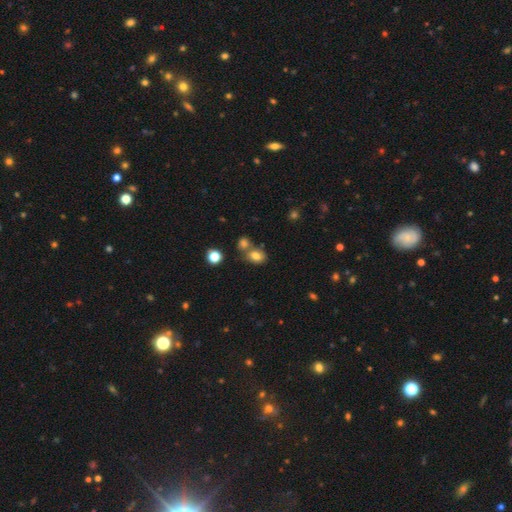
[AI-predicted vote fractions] This is likely a smooth galaxy (78%). How rounded: likely in between (60%). Merging: possibly none (52%).